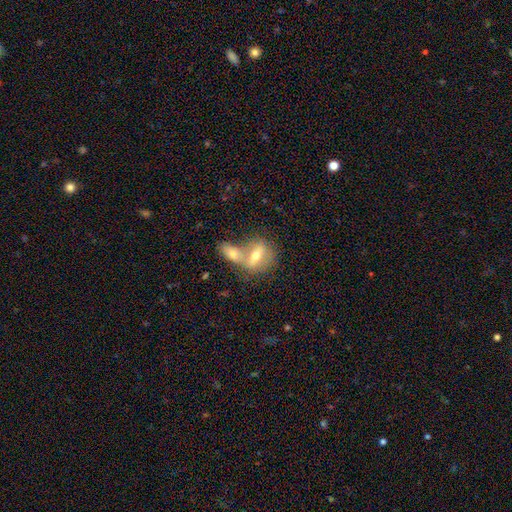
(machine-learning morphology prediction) This appears to be a smooth galaxy with no disk features (52%) that is in between round and cigar-shaped (65%). Merging: merger (63%).